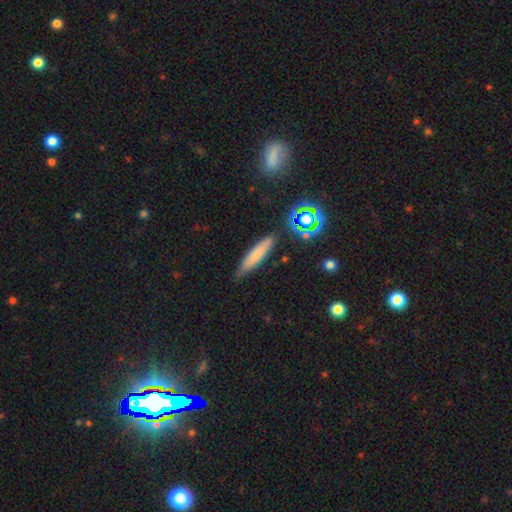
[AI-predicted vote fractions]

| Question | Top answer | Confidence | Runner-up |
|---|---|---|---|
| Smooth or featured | smooth | 71% | featured or disk (18%) |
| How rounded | cigar-shaped | 81% | in between (17%) |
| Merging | none | 81% | minor disturbance (14%) |